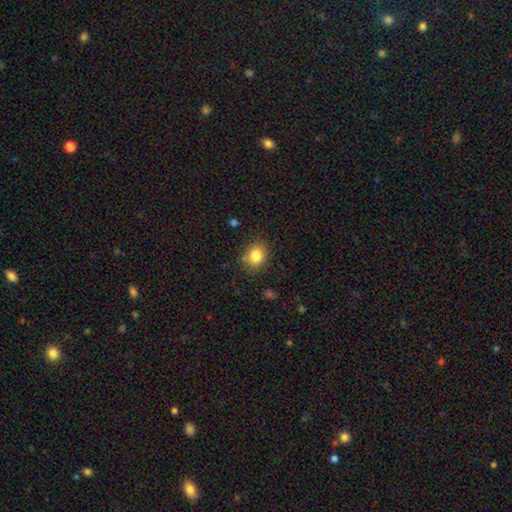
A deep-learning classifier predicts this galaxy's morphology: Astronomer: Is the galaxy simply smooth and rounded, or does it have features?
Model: smooth — 83%.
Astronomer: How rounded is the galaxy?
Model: round — 60% (runner-up: in between, 39%).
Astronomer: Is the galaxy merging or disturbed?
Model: none — 80%.